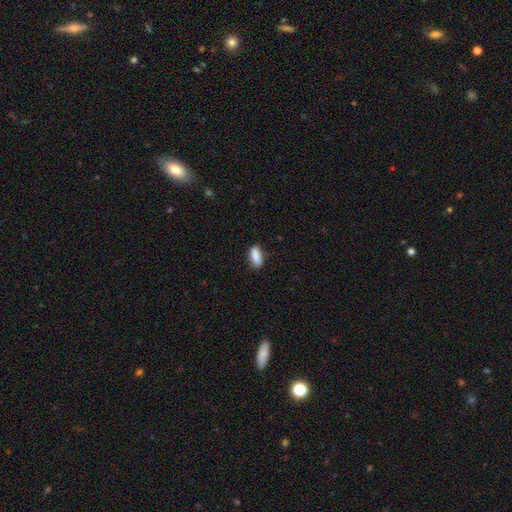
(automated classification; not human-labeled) The model was most divided on "merging": none: 76%, minor disturbance: 19%, major disturbance: 4%, merger: 2%. More confident: smooth or featured — smooth (88%); how rounded — in between (80%).